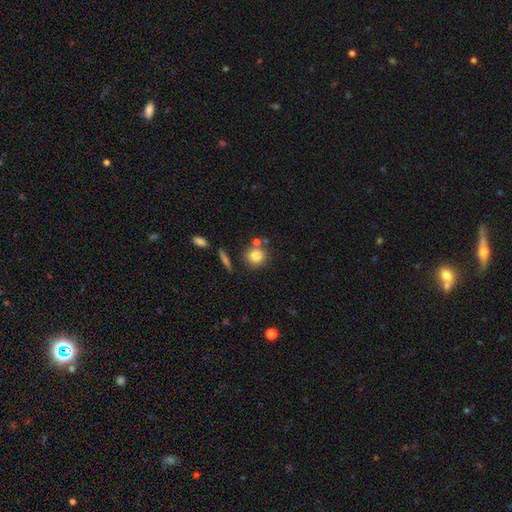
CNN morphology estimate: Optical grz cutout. It shows a smooth galaxy with no disk features (81%) that is round (86%). Merging: none (73%).